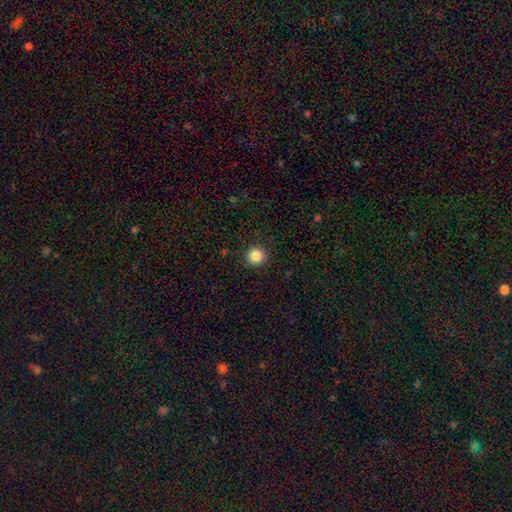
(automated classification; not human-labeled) Smooth or featured? Predicted: smooth (p=0.87). How rounded? Predicted: round (p=0.94). Merging? Predicted: none (p=0.91).